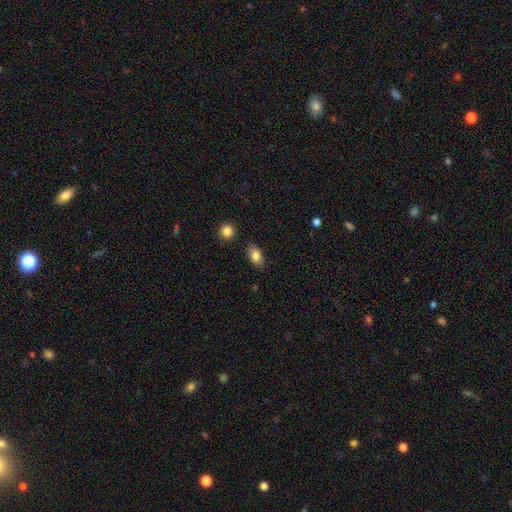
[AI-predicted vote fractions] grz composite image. It shows a smooth galaxy with no disk features (83%) that is in between round and cigar-shaped (88%). Merging: none (83%).